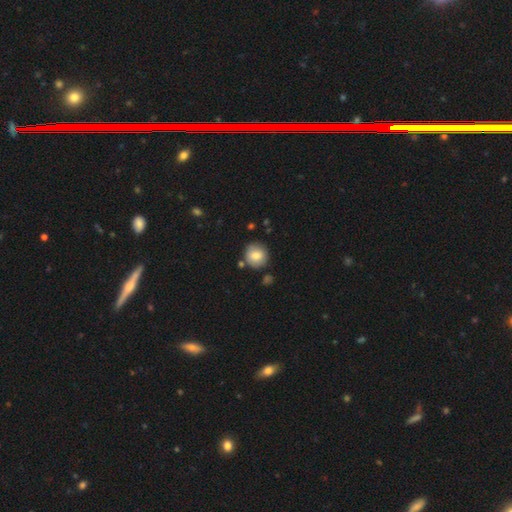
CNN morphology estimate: smooth 80%, featured or disk 11%, star or artifact 8%. Down the decision tree: how rounded — round (90%); merging — none (81%).